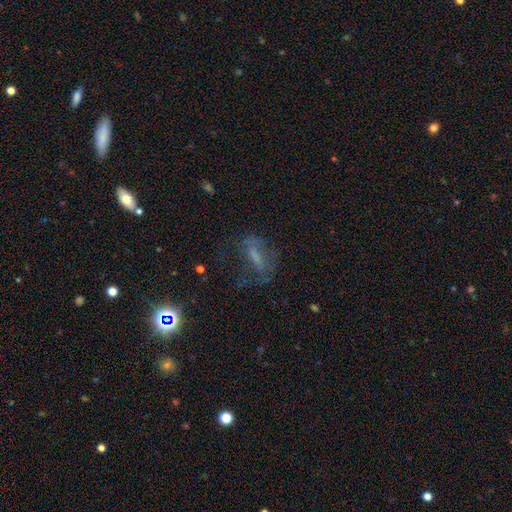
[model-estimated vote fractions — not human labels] Smooth or featured?
  - featured or disk: 42% *
  - smooth: 36%
  - star or artifact: 22%
Merging?
  - none: 48% *
  - major disturbance: 29%
  - minor disturbance: 20%
  - merger: 3%